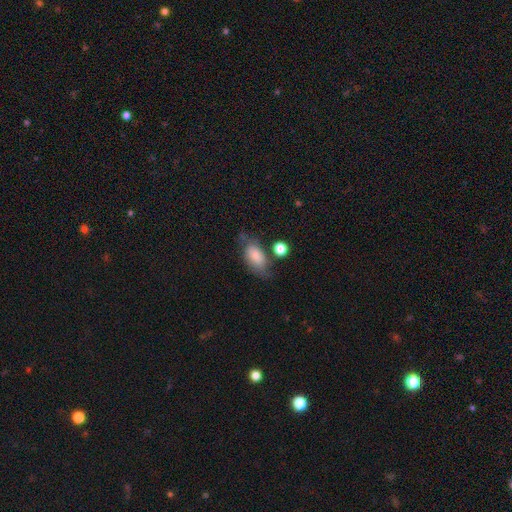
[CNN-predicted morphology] The model was most divided on "merging": none: 50%, minor disturbance: 28%, major disturbance: 13%, merger: 9%. More confident: how rounded — in between (89%); smooth or featured — smooth (78%).